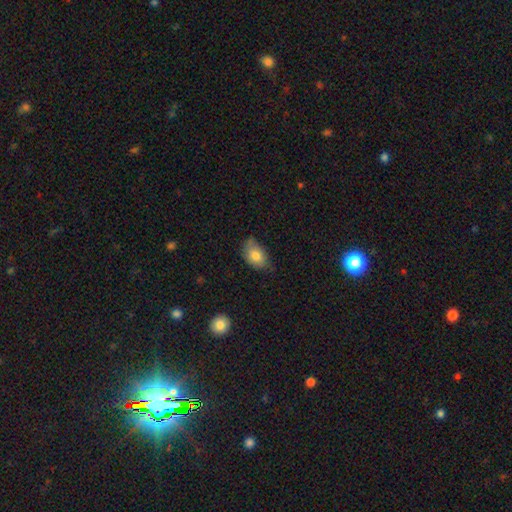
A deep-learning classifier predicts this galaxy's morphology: Smooth or featured? Predicted: smooth (p=0.79). How rounded? Predicted: in between (p=0.88). Merging? Predicted: none (p=0.56).